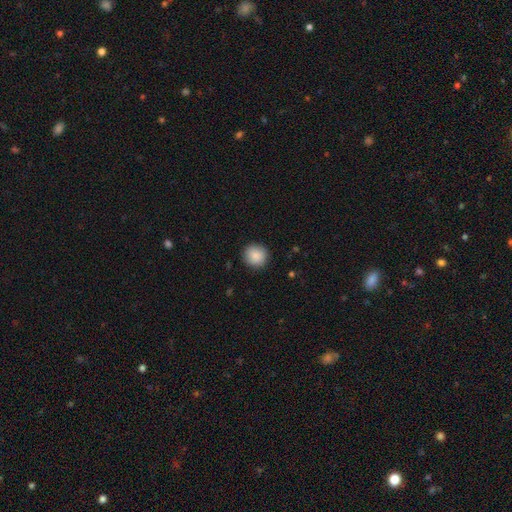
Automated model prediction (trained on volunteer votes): This is clearly a smooth galaxy (88%). How rounded: clearly round (93%). Merging: clearly none (90%).